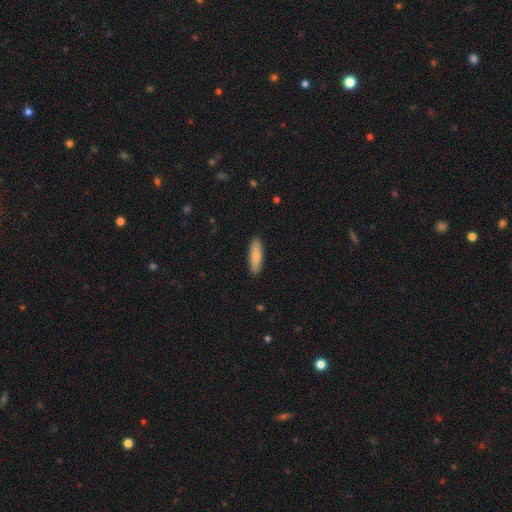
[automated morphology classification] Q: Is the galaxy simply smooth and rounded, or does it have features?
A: smooth — 77%.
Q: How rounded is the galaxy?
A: cigar-shaped — 58%.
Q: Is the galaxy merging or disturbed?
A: none — 89%.